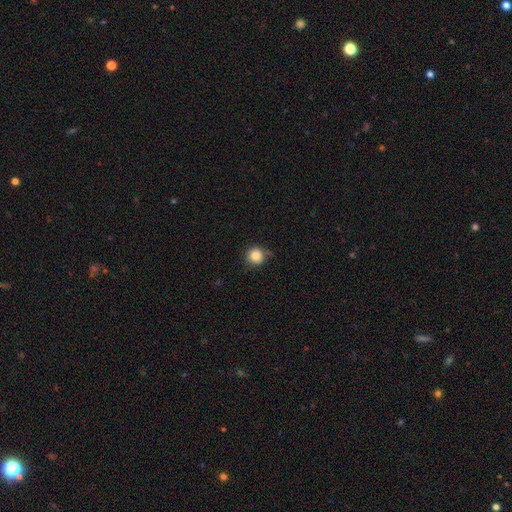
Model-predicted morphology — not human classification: The model was most divided on "merging": none: 75%, minor disturbance: 19%, major disturbance: 4%, merger: 2%. More confident: how rounded — round (94%); smooth or featured — smooth (85%).